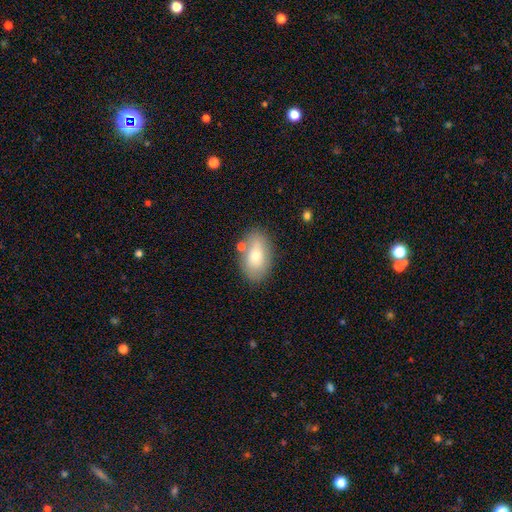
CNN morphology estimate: Overall: smooth (67%). How rounded: in between (90%). Merging: none (75%).